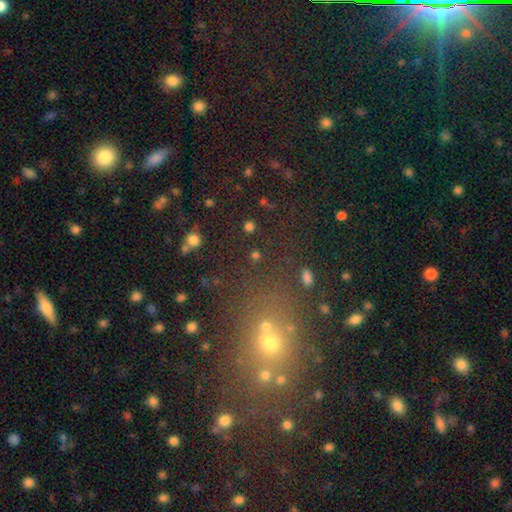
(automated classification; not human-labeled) A star or artifact, not a galaxy (45%).